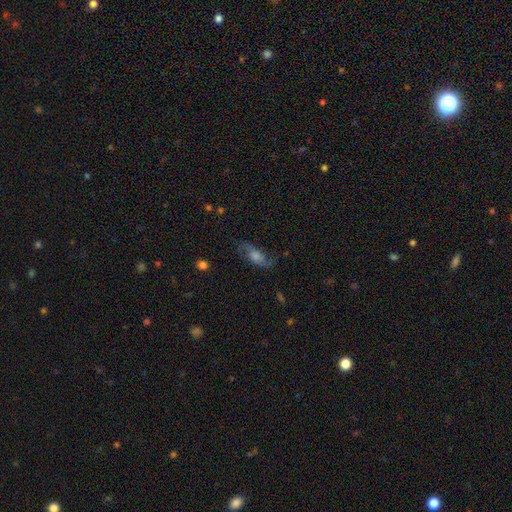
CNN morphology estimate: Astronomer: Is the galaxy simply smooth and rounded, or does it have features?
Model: featured or disk — 64%.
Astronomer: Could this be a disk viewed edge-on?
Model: no — 83%.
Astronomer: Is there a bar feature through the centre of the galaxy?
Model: no — 61%.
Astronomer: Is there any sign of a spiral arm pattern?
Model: yes — 90%.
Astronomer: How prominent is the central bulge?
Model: moderate — 41% (runner-up: large, 26%).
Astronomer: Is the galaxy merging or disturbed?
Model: none — 75%.